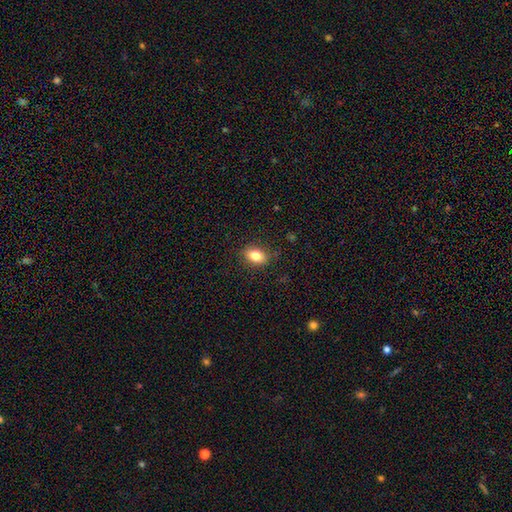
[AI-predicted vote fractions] Q: Smooth or featured?
A: smooth (82%); runner-up: star or artifact (9%)
Q: How rounded?
A: in between (77%); runner-up: round (21%)
Q: Merging?
A: none (87%); runner-up: minor disturbance (10%)